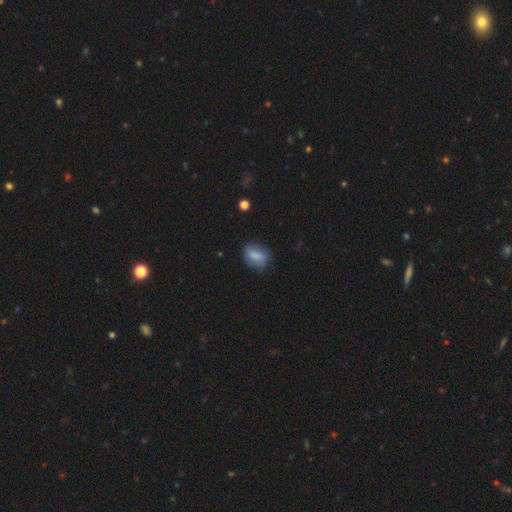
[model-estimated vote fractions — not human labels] A smooth galaxy with no disk features (79%) that is in between round and cigar-shaped (77%).

Vote fractions:
- Smooth or featured? smooth: 79% / featured or disk: 12% / star or artifact: 9%
- How rounded? in between: 77% / round: 20% / cigar-shaped: 3%
- Merging? none: 66% / minor disturbance: 25% / major disturbance: 7% / merger: 2%